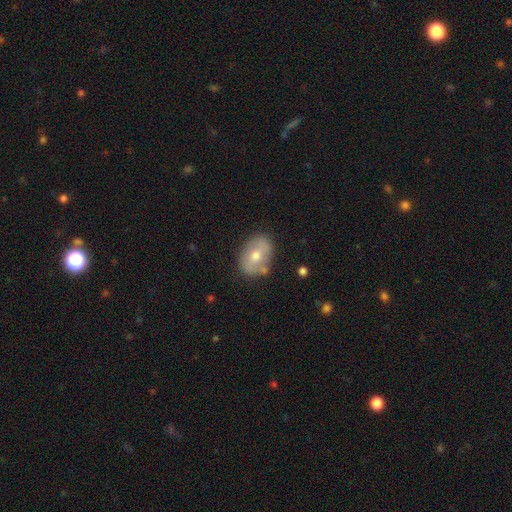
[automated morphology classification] Smooth or featured? smooth (55%)
How rounded? in between (73%)
Merging? none (78%)